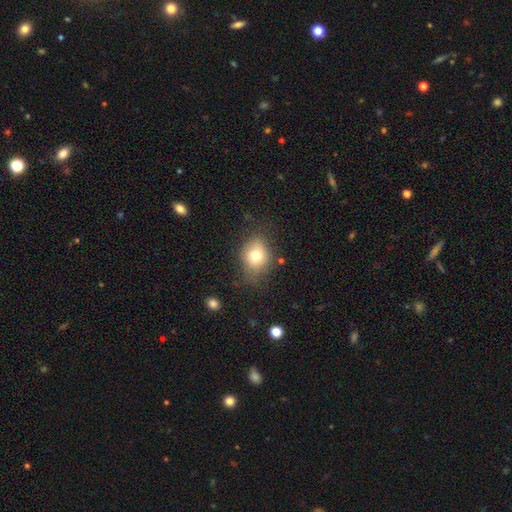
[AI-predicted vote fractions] Smooth or featured: smooth — 74% (featured or disk — 15%)
How rounded: in between — 51% (round — 48%)
Merging: none — 67% (minor disturbance — 23%)